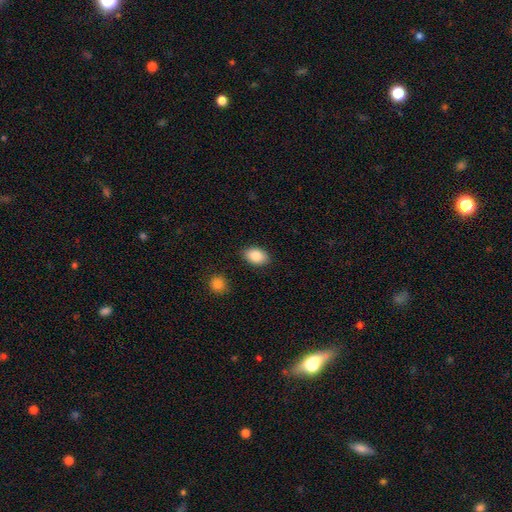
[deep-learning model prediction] Q: Smooth or featured?
A: smooth (87%); runner-up: star or artifact (7%)
Q: How rounded?
A: in between (88%); runner-up: round (11%)
Q: Merging?
A: none (87%); runner-up: minor disturbance (9%)